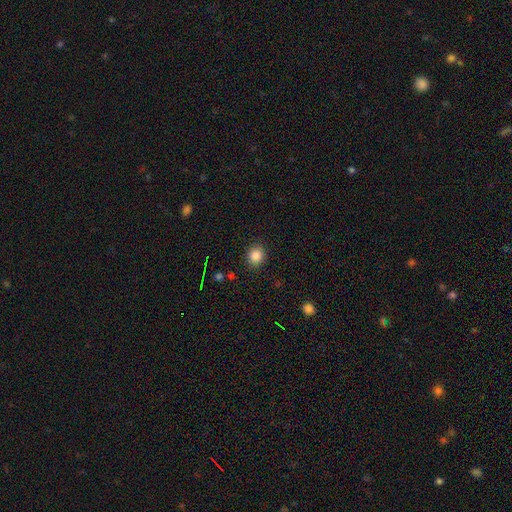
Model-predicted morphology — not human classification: type=smooth (85%); roundness=round (77%); merging=none (88%).